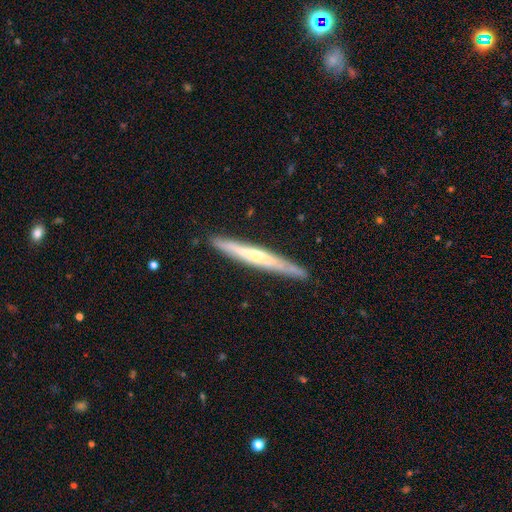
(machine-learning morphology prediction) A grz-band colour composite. It shows a featured or disk galaxy (63%) viewed edge-on (93%) with a rounded central bulge (52%). Merging: none (87%).